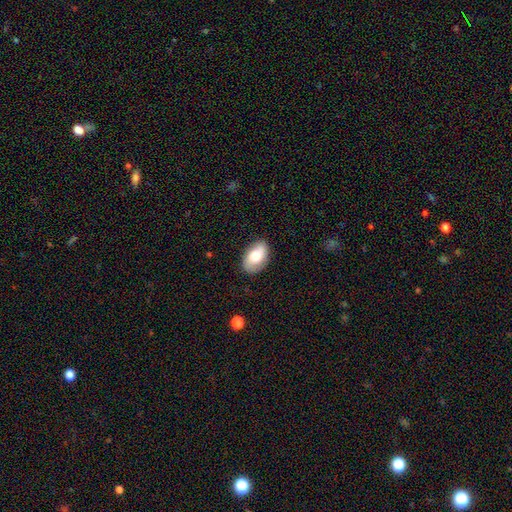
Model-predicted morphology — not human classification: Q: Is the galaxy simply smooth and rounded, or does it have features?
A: smooth — 62%.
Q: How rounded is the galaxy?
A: in between — 92%.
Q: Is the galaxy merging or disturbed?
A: none — 80%.